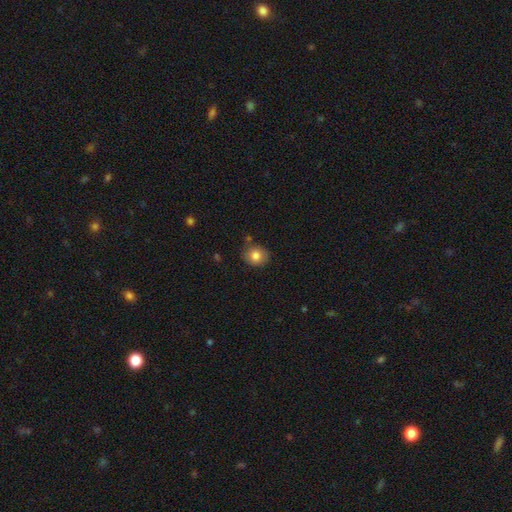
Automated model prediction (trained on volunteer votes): Smooth or featured?
  - smooth: 81% *
  - star or artifact: 9%
  - featured or disk: 9%
How rounded?
  - round: 77% *
  - in between: 22%
  - cigar-shaped: 1%
Merging?
  - none: 80% *
  - minor disturbance: 14%
  - merger: 4%
  - major disturbance: 3%